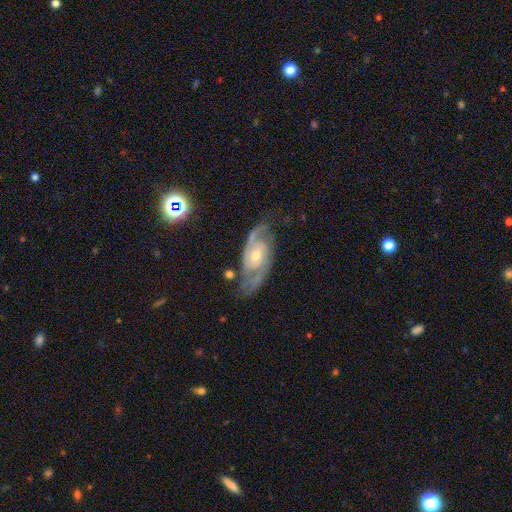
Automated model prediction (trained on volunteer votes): This is clearly a featured or disk galaxy (88%). It is clearly not viewed edge-on (95%). Bar: possibly no (54%). Spiral arm pattern: clearly yes (97%). Spiral arm count: clearly 2 (83%). Spiral winding: possibly medium (48%). Central bulge: possibly small (49%). Merging: likely none (73%).